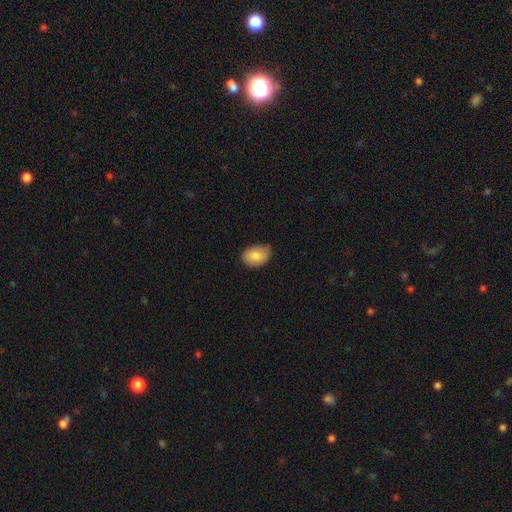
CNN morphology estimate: smooth 84%, featured or disk 9%, star or artifact 7%. Down the decision tree: how rounded — in between (76%); merging — none (68%).